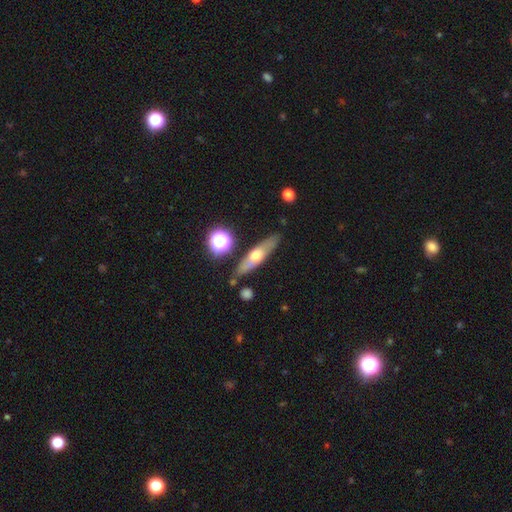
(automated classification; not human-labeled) Smooth or featured? featured or disk (50%)
Merging? none (82%)